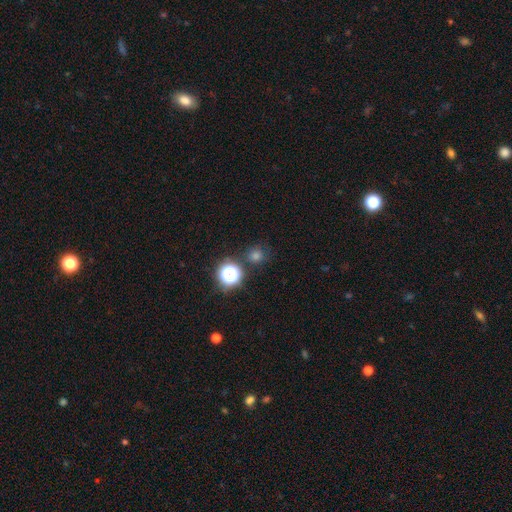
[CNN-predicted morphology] type=smooth (63%); roundness=round (91%); merging=none (80%).